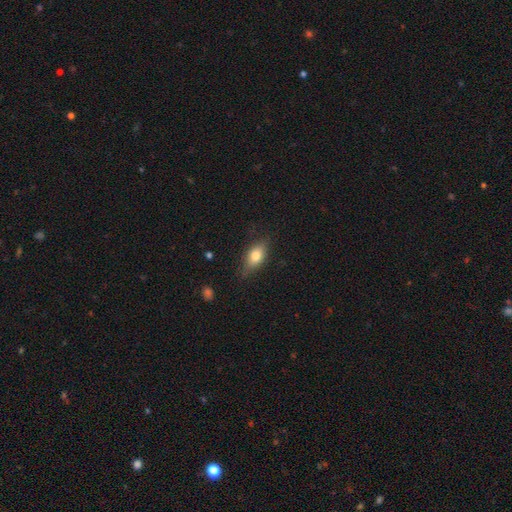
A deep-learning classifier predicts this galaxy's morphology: Smooth or featured: smooth — 75% (featured or disk — 17%)
How rounded: in between — 83% (cigar-shaped — 9%)
Merging: none — 76% (minor disturbance — 19%)